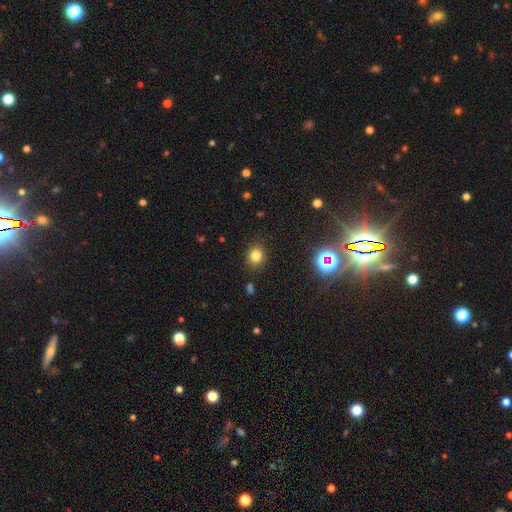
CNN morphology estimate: Smooth or featured? smooth (79%)
How rounded? round (71%)
Merging? none (87%)